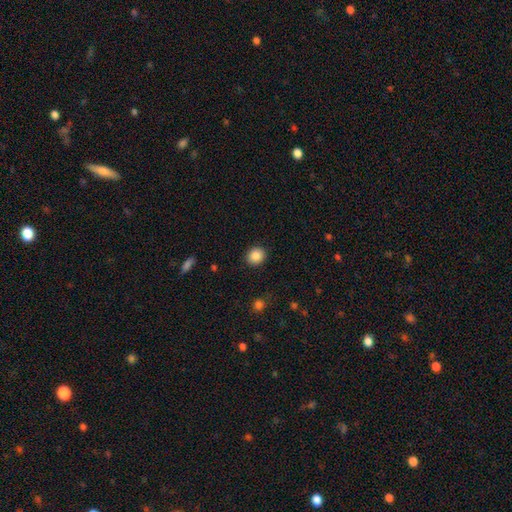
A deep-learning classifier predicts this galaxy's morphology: A smooth galaxy with no disk features (87%) that is round (74%). Merging: none (90%).